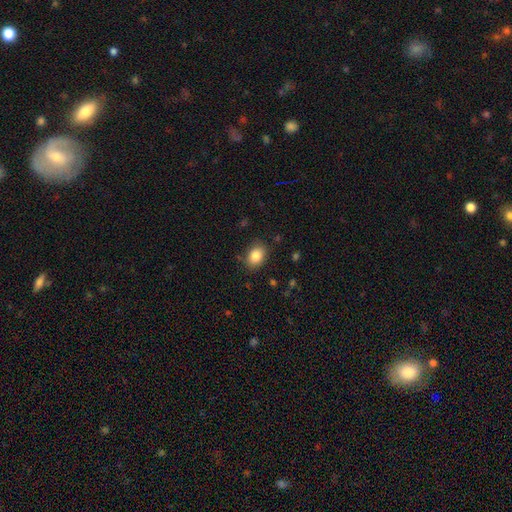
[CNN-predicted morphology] smooth_or_featured: smooth (p=0.85) [alt: star or artifact p=0.09]
how_rounded: in between (p=0.70) [alt: round p=0.29]
merging: none (p=0.84) [alt: minor disturbance p=0.12]